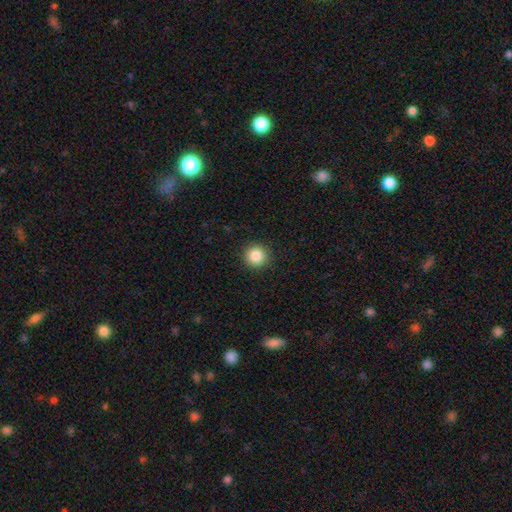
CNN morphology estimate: A smooth galaxy with no disk features (85%) that is round (95%). Merging: none (92%).